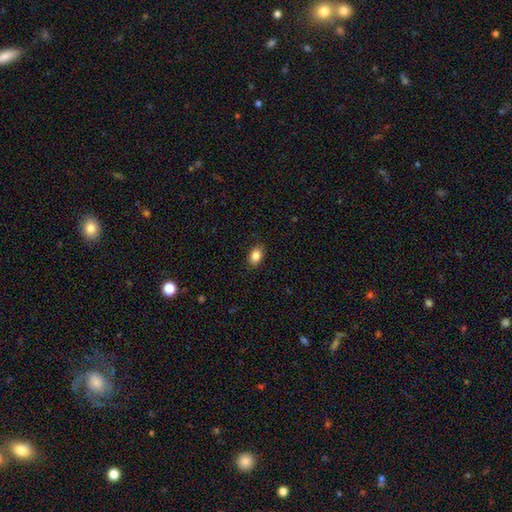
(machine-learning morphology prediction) This is clearly a smooth galaxy (86%). How rounded: clearly in between (86%). Merging: clearly none (87%).